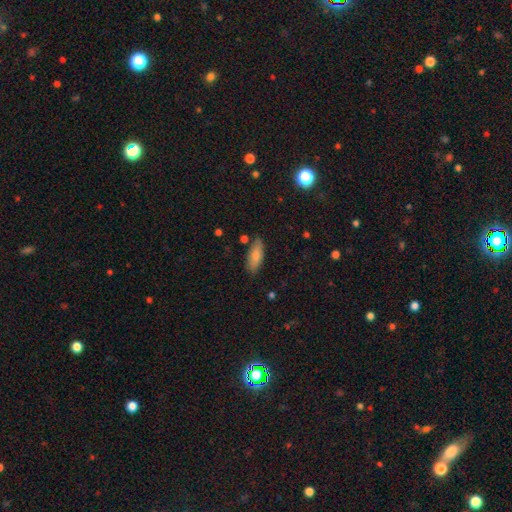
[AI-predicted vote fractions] Overall: smooth (79%). How rounded: in between (74%). Merging: none (82%).